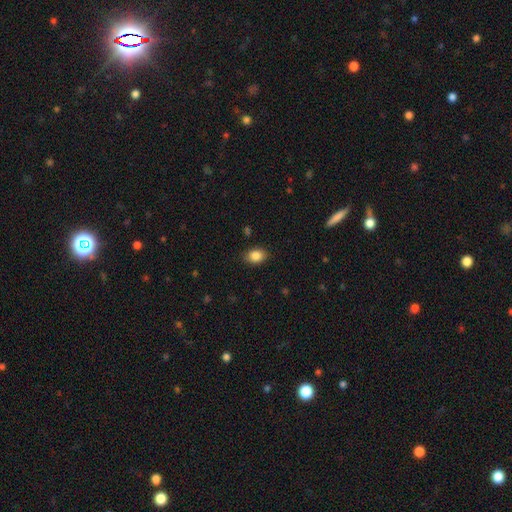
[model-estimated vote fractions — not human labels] Smooth or featured? smooth (86%)
How rounded? in between (74%)
Merging? none (87%)